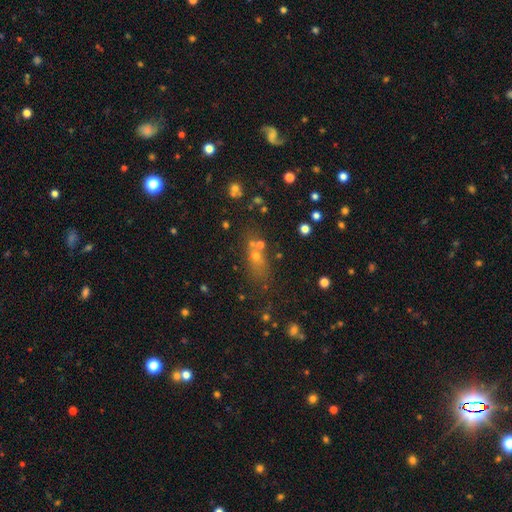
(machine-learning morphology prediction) Smooth or featured? Predicted: smooth (p=0.50). How rounded? Predicted: in between (p=0.49). Merging? Predicted: none (p=0.57).